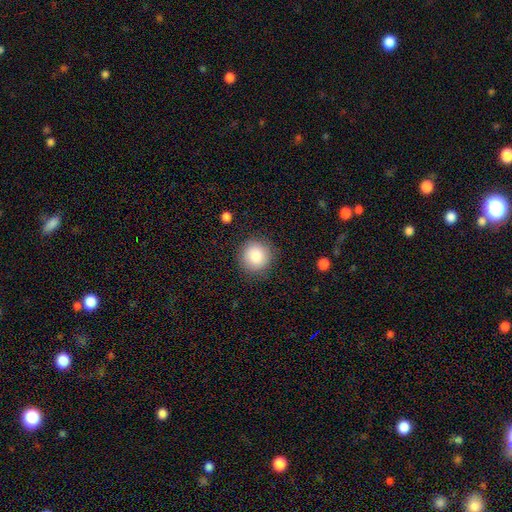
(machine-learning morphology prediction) The model was most divided on "smooth or featured": smooth: 86%, star or artifact: 8%, featured or disk: 6%. More confident: how rounded — round (92%); merging — none (87%).